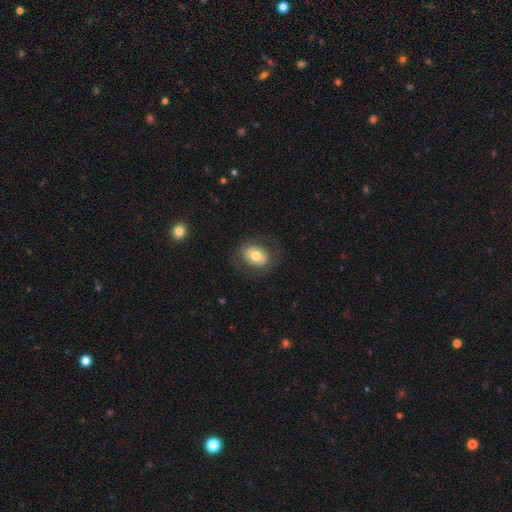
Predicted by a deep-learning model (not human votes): smooth 57%, featured or disk 36%, star or artifact 7%. Down the decision tree: how rounded — in between (56%); merging — none (76%).